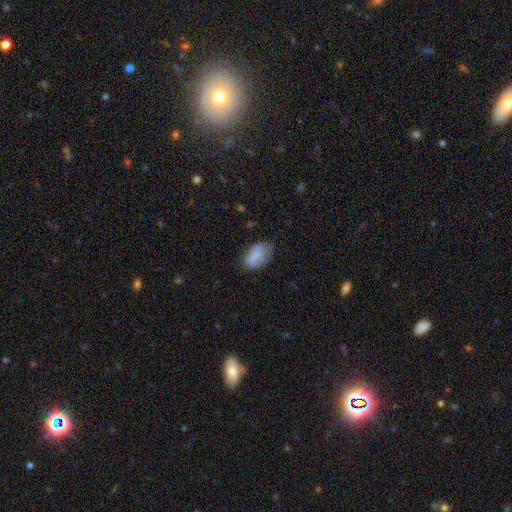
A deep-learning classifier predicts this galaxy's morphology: Q: Smooth or featured?
A: smooth (81%); runner-up: featured or disk (11%)
Q: How rounded?
A: in between (91%); runner-up: round (7%)
Q: Merging?
A: none (63%); runner-up: minor disturbance (28%)